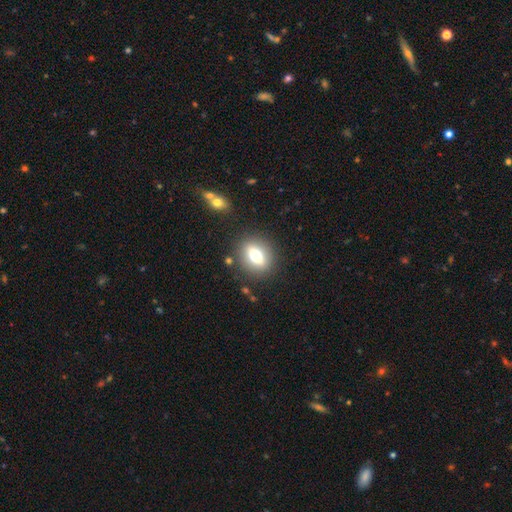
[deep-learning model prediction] Smooth or featured? Predicted: smooth (p=0.66). How rounded? Predicted: in between (p=0.49). Merging? Predicted: none (p=0.85).